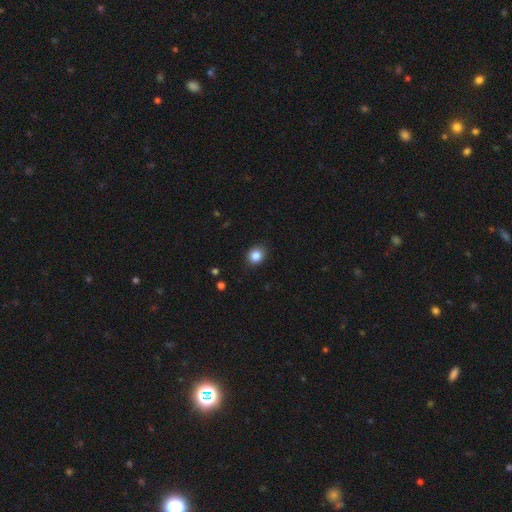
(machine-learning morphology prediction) A smooth galaxy with no disk features (85%) that is round (69%).

Vote fractions:
- Smooth or featured? smooth: 85% / star or artifact: 11% / featured or disk: 5%
- How rounded? round: 69% / in between: 30% / cigar-shaped: 1%
- Merging? none: 88% / minor disturbance: 9% / major disturbance: 2% / merger: 1%